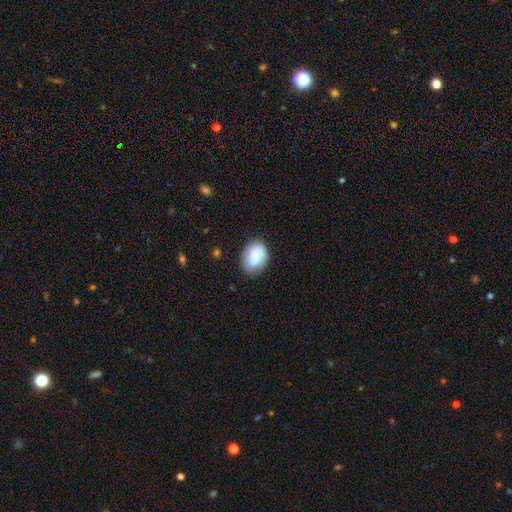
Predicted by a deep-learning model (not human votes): Morphology: type=smooth (82%); roundness=in between (77%); merging=none (75%).